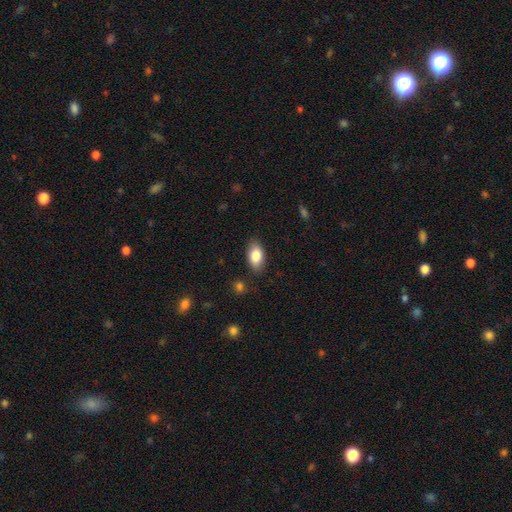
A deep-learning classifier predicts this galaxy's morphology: smooth 84%, featured or disk 9%, star or artifact 7%. Down the decision tree: how rounded — in between (92%); merging — none (84%).